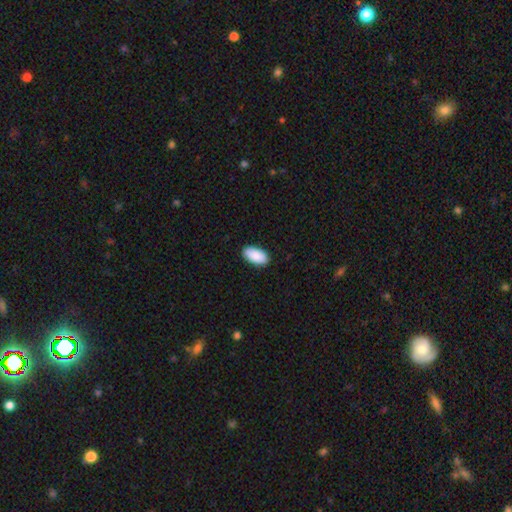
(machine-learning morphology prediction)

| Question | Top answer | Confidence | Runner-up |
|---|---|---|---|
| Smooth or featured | smooth | 90% | star or artifact (6%) |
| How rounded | in between | 96% | round (2%) |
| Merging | none | 89% | minor disturbance (8%) |